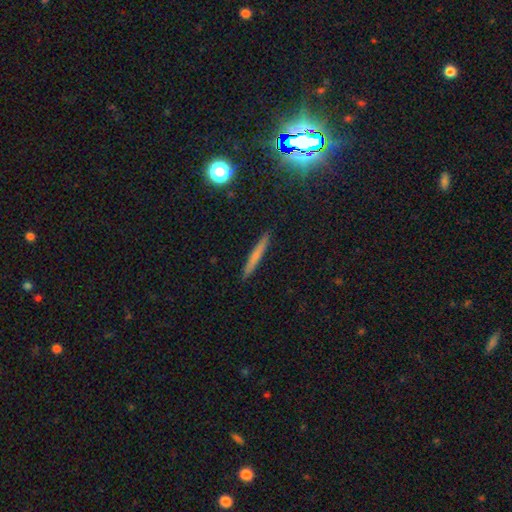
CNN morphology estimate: Smooth or featured? Predicted: smooth (p=0.63). How rounded? Predicted: cigar-shaped (p=0.94). Merging? Predicted: none (p=0.91).